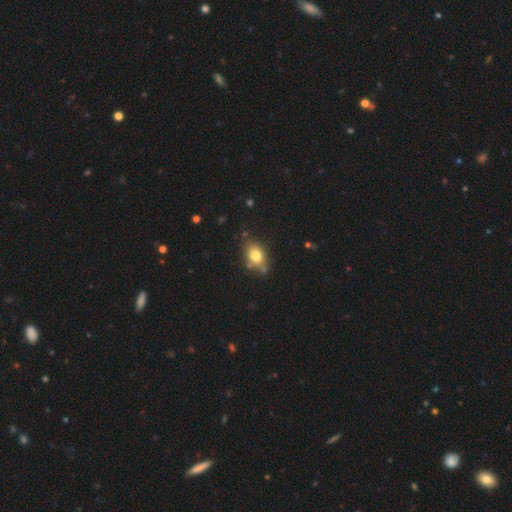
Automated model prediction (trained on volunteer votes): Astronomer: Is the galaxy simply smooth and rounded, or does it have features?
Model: smooth — 78%.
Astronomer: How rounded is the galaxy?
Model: in between — 77%.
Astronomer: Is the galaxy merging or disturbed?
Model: none — 71%.